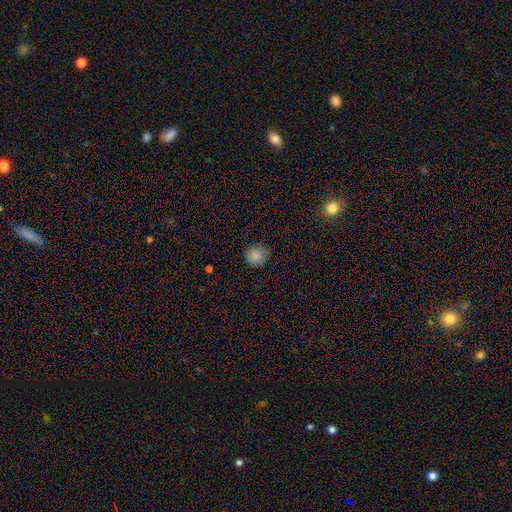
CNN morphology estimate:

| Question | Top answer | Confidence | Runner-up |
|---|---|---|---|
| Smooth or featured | smooth | 85% | star or artifact (11%) |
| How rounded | round | 92% | in between (7%) |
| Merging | none | 84% | minor disturbance (12%) |